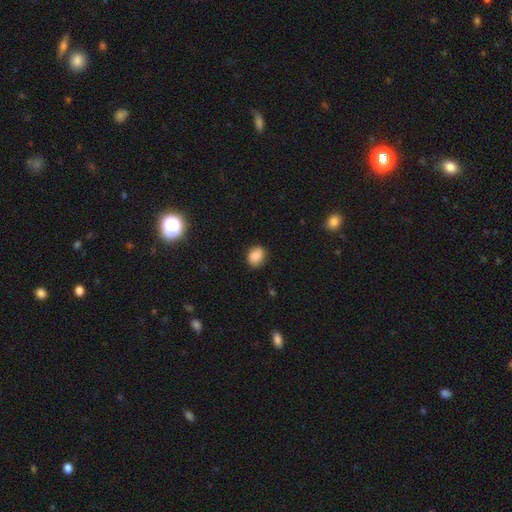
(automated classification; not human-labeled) Smooth or featured: smooth — 86% (star or artifact — 9%)
How rounded: in between — 50% (round — 49%)
Merging: none — 80% (minor disturbance — 16%)